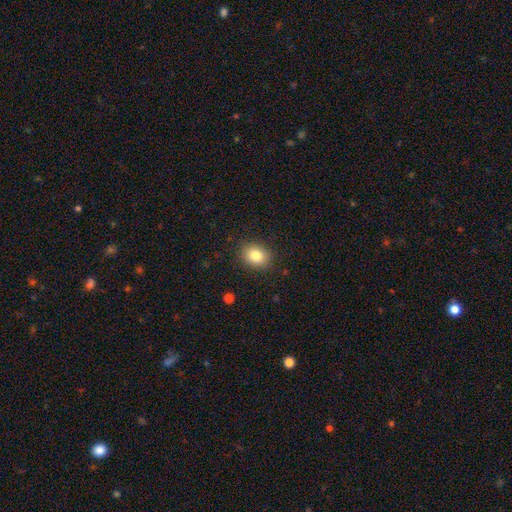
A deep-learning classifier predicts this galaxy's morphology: This is clearly a smooth galaxy (83%). How rounded: possibly round (56%). Merging: clearly none (88%).